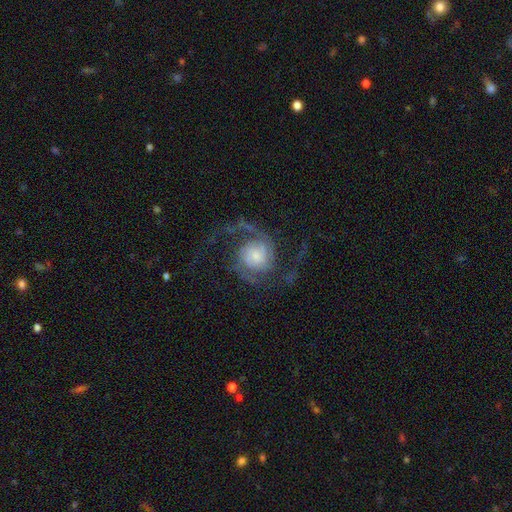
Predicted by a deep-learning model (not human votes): The model was most divided on "bulge size": small: 43%, moderate: 32%, large: 15%, none: 7%, dominant: 4%. Remaining: edge-on disk — no (98%); spiral arms — yes (96%); smooth or featured — featured or disk (86%); spiral arm count — 2 (70%); bar — no (63%); merging — none (60%); spiral winding — medium (46%).